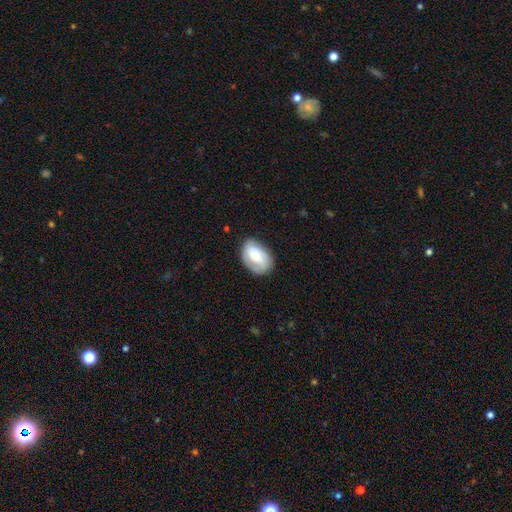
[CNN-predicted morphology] This appears to be a smooth galaxy with no disk features (55%) that is in between round and cigar-shaped (83%). Merging: none (72%).